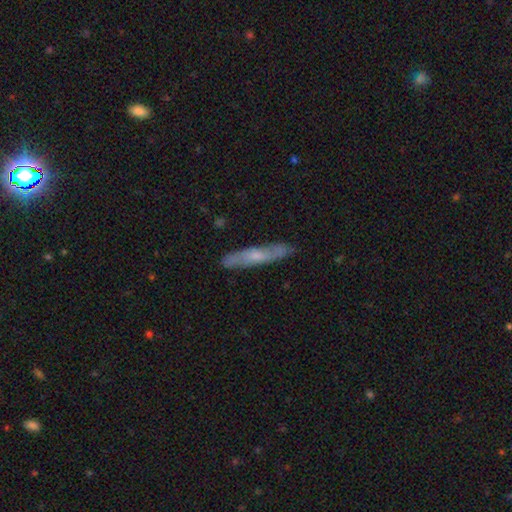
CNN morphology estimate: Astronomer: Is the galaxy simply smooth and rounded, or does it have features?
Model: featured or disk — 55% (runner-up: smooth, 39%).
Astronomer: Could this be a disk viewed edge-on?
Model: yes — 62% (runner-up: no, 38%).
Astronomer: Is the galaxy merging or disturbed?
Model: none — 84%.